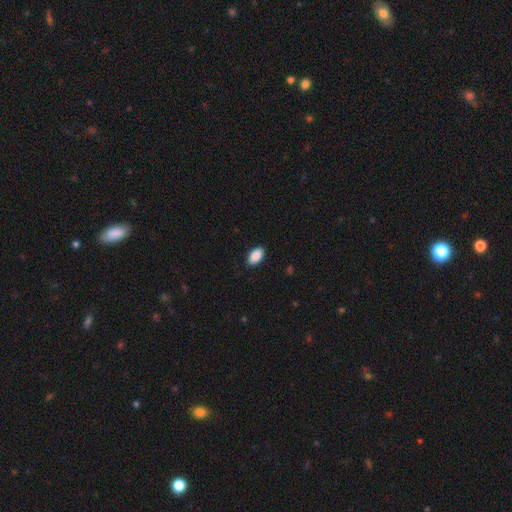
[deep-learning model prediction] Smooth or featured: smooth — 90% (star or artifact — 7%)
How rounded: in between — 94% (round — 4%)
Merging: none — 86% (minor disturbance — 11%)